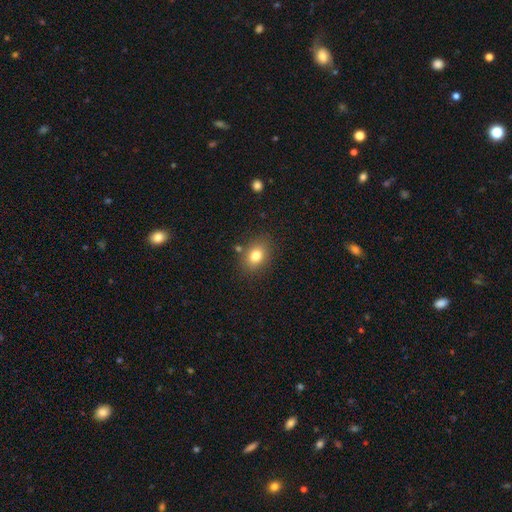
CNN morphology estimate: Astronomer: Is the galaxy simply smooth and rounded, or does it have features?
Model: smooth — 80%.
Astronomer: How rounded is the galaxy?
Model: in between — 67%.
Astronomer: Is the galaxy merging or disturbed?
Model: none — 81%.